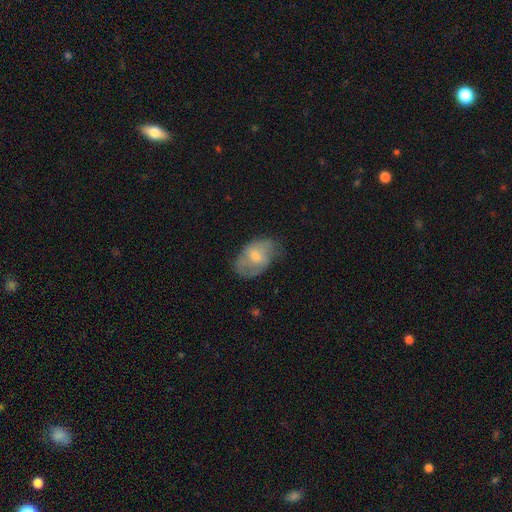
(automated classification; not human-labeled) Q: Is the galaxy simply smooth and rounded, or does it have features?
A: featured or disk — 46%, tied with smooth.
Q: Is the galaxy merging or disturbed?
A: none — 57%.